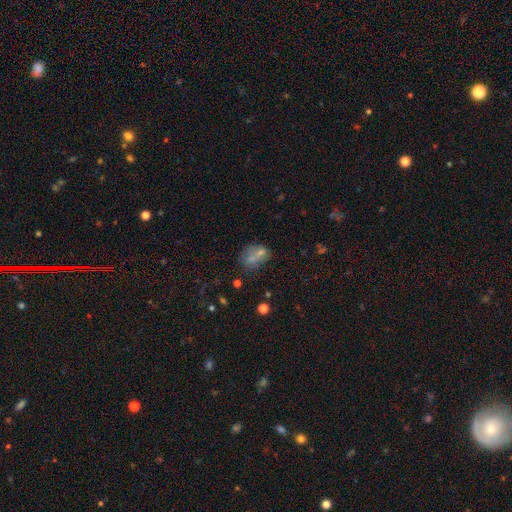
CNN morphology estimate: A smooth galaxy with no disk features (59%) that is in between round and cigar-shaped (63%).

Vote fractions:
- Smooth or featured? smooth: 59% / featured or disk: 22% / star or artifact: 19%
- How rounded? in between: 63% / round: 34% / cigar-shaped: 3%
- Merging? none: 42% / merger: 30% / minor disturbance: 17% / major disturbance: 12%